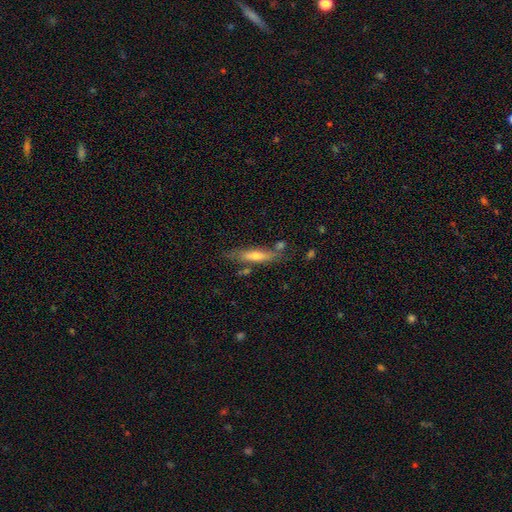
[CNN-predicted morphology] Q: Smooth or featured?
A: smooth (48%); runner-up: featured or disk (45%)
Q: Merging?
A: none (69%); runner-up: minor disturbance (18%)